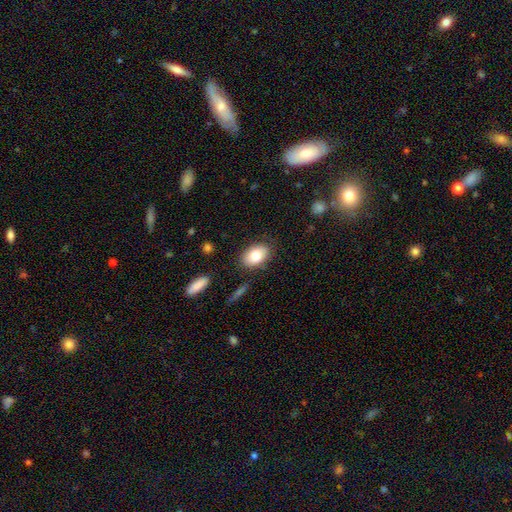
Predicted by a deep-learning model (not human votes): A smooth galaxy with no disk features (82%) that is in between round and cigar-shaped (87%).

Vote fractions:
- Smooth or featured? smooth: 82% / featured or disk: 11% / star or artifact: 7%
- How rounded? in between: 87% / round: 12% / cigar-shaped: 1%
- Merging? none: 82% / minor disturbance: 12% / major disturbance: 3% / merger: 2%